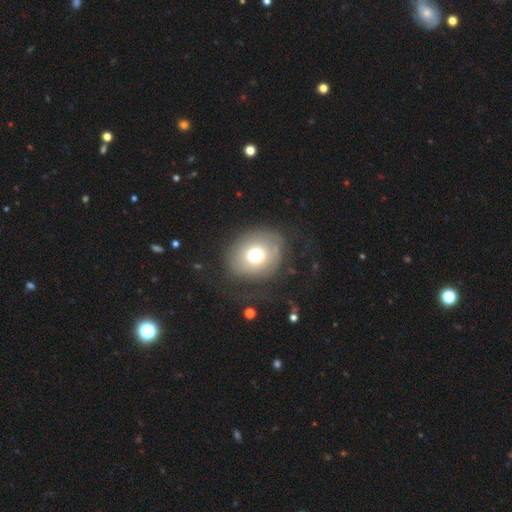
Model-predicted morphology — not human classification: Smooth or featured?
  - smooth: 63% *
  - featured or disk: 26%
  - star or artifact: 11%
How rounded?
  - round: 70% *
  - in between: 29%
  - cigar-shaped: 1%
Merging?
  - none: 63% *
  - minor disturbance: 18%
  - major disturbance: 17%
  - merger: 2%